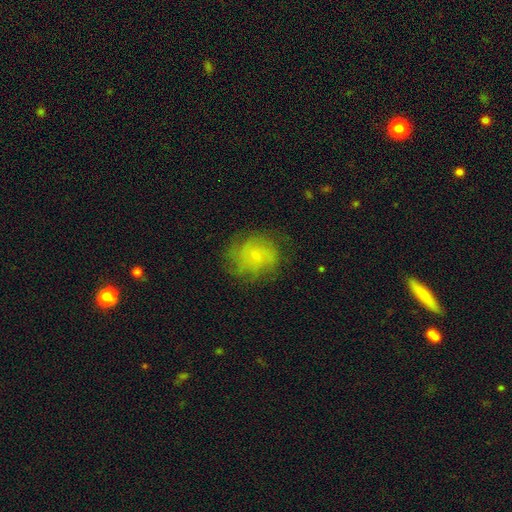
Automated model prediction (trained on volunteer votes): This appears to be a smooth galaxy with no disk features (46%). Merging: none (69%).